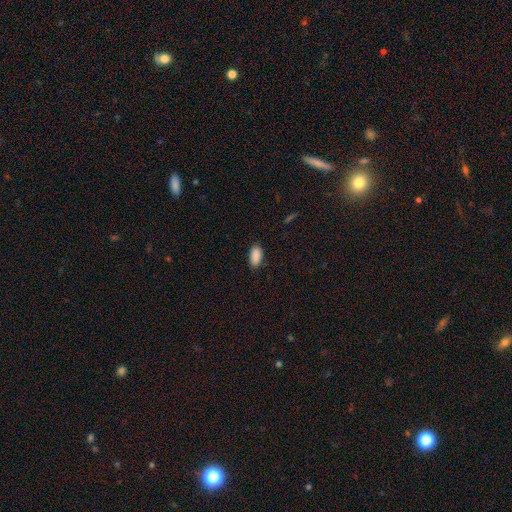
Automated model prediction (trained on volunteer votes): This appears to be a smooth galaxy with no disk features (90%) that is in between round and cigar-shaped (93%). Merging: none (86%).